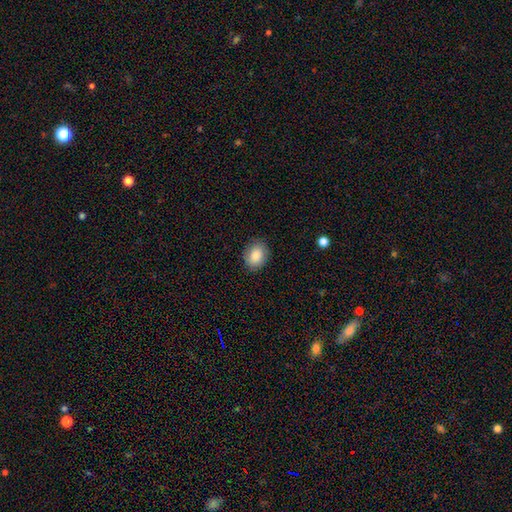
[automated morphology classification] smooth_or_featured: smooth (p=0.86) [alt: star or artifact p=0.07]
how_rounded: in between (p=0.66) [alt: round p=0.33]
merging: none (p=0.87) [alt: minor disturbance p=0.10]